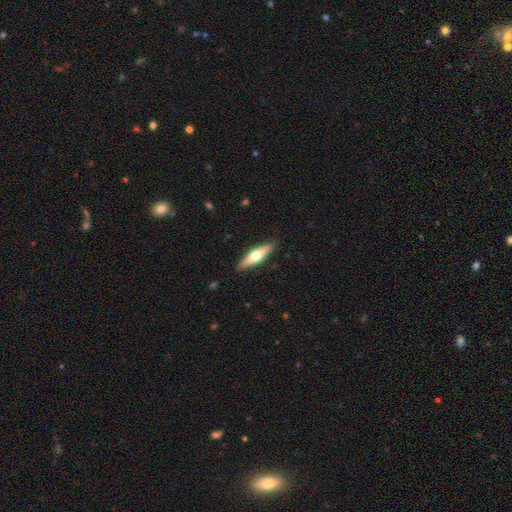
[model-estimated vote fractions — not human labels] This appears to be a featured or disk galaxy (50%) viewed edge-on (93%). Merging: none (90%).